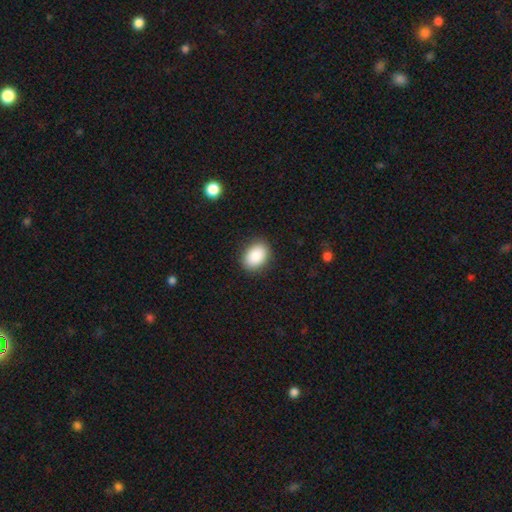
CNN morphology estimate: A smooth galaxy with no disk features (89%) that is in between round and cigar-shaped (78%).

Vote fractions:
- Smooth or featured? smooth: 89% / star or artifact: 7% / featured or disk: 4%
- How rounded? in between: 78% / round: 21% / cigar-shaped: 1%
- Merging? none: 88% / minor disturbance: 9% / major disturbance: 2% / merger: 1%